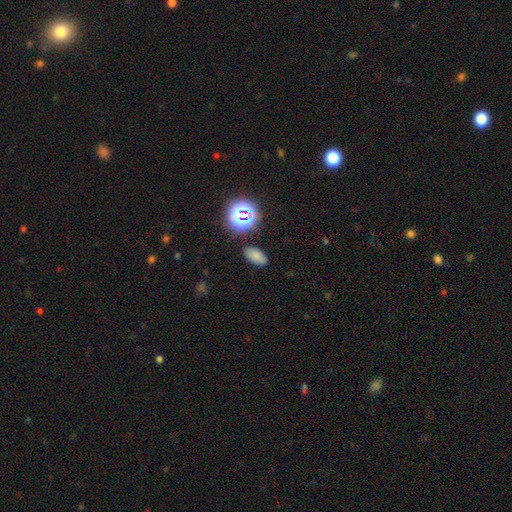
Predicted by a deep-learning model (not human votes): smooth_or_featured: smooth (p=0.73) [alt: star or artifact p=0.20]
how_rounded: in between (p=0.90) [alt: round p=0.07]
merging: none (p=0.84) [alt: minor disturbance p=0.10]